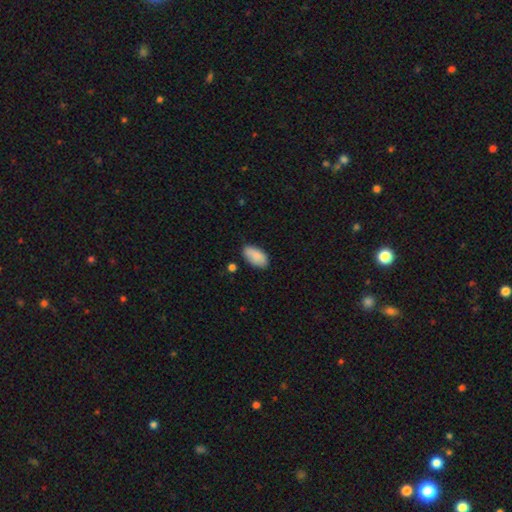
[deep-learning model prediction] A smooth galaxy with no disk features (86%) that is in between round and cigar-shaped (94%). Merging: none (75%).